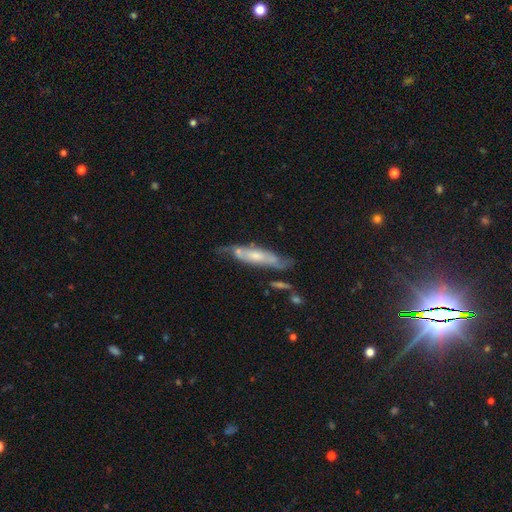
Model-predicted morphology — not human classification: A featured or disk galaxy (63%). Merging: none (54%).